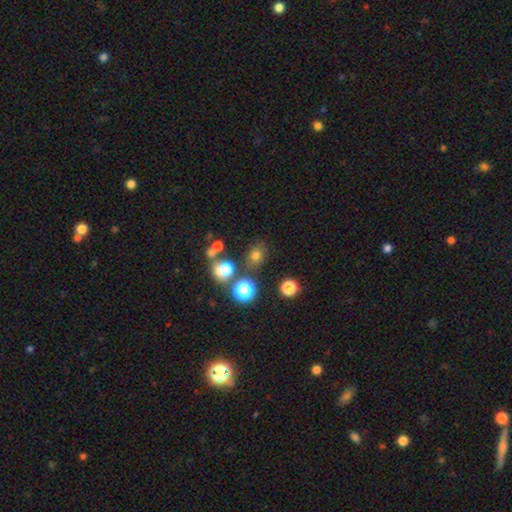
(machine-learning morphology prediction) Smooth or featured: smooth — 71% (star or artifact — 20%)
How rounded: round — 57% (in between — 42%)
Merging: none — 70% (minor disturbance — 13%)